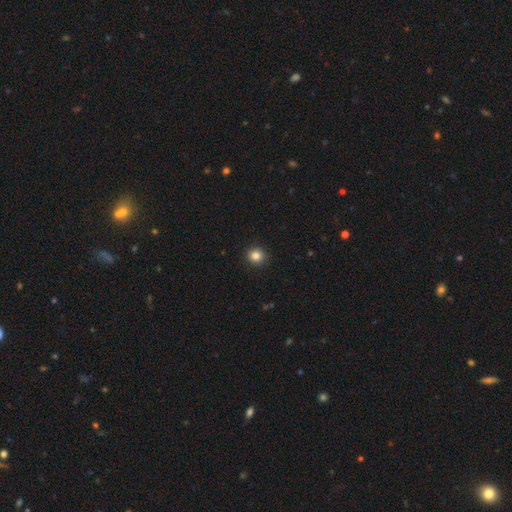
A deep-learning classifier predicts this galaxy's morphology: A smooth galaxy with no disk features (84%) that is round (92%). Merging: none (92%).